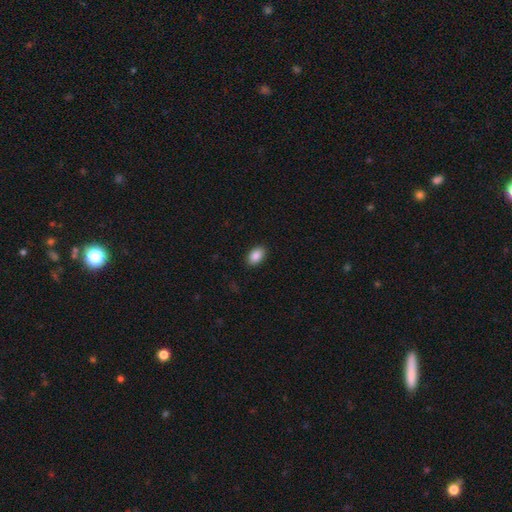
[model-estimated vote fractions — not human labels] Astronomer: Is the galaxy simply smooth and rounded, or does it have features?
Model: smooth — 88%.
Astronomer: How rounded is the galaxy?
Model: in between — 91%.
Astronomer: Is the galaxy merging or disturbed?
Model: none — 90%.